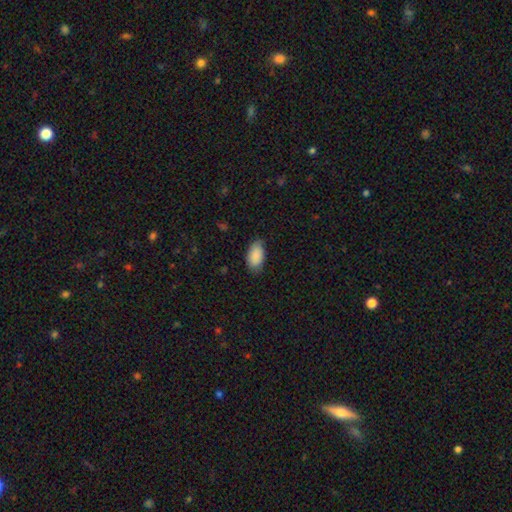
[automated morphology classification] This appears to be a smooth galaxy with no disk features (89%) that is in between round and cigar-shaped (95%). Merging: none (76%).